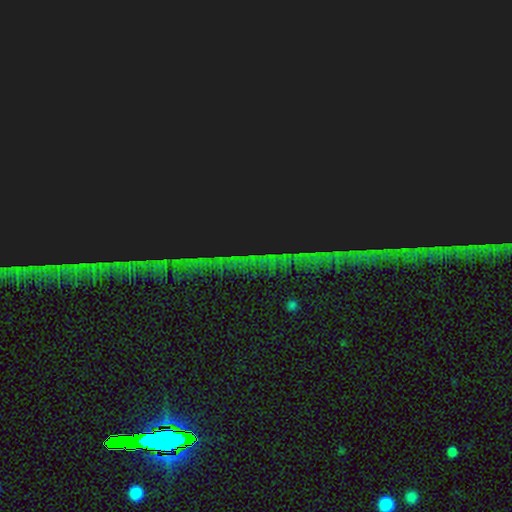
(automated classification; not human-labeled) Smooth or featured?
  - star or artifact: 84% *
  - smooth: 8%
  - featured or disk: 8%